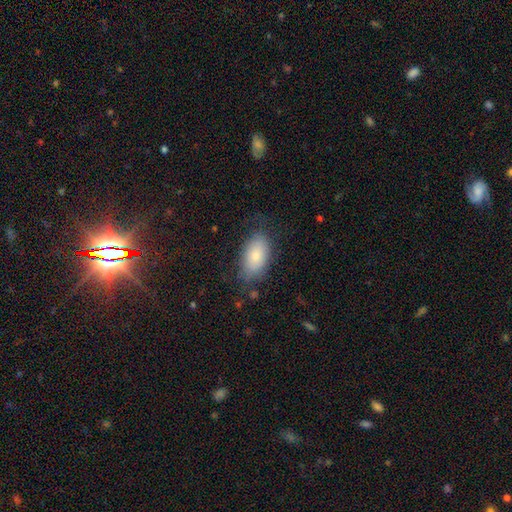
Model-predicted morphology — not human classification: Smooth or featured? Predicted: smooth (p=0.81). How rounded? Predicted: in between (p=0.93). Merging? Predicted: none (p=0.71).